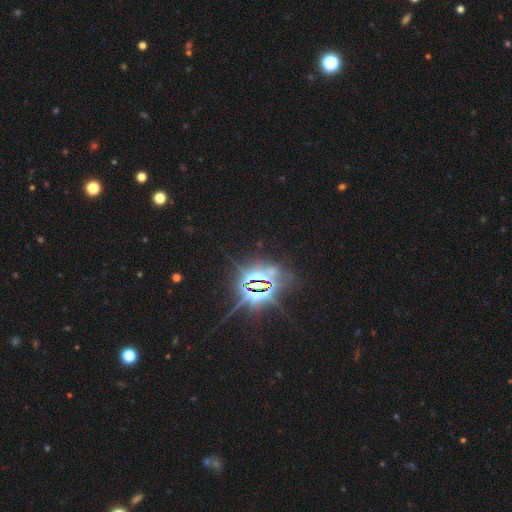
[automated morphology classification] type=star or artifact (85%).